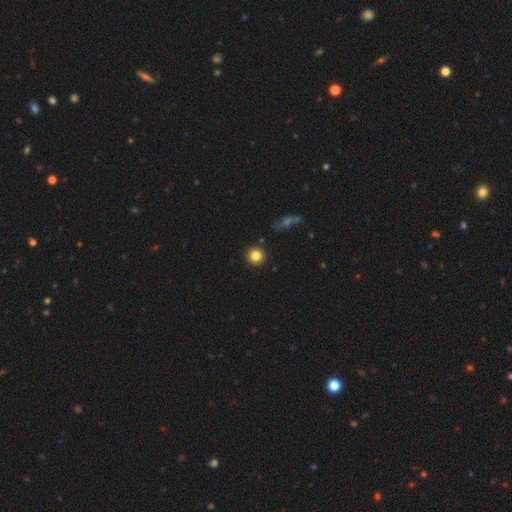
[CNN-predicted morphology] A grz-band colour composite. It shows a smooth galaxy with no disk features (83%) that is round (94%). Merging: none (91%).